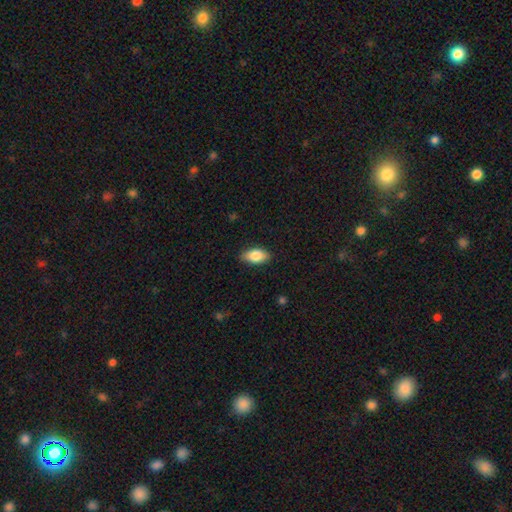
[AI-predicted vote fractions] Q: Smooth or featured?
A: smooth (82%); runner-up: featured or disk (12%)
Q: How rounded?
A: in between (90%); runner-up: cigar-shaped (5%)
Q: Merging?
A: none (84%); runner-up: minor disturbance (12%)